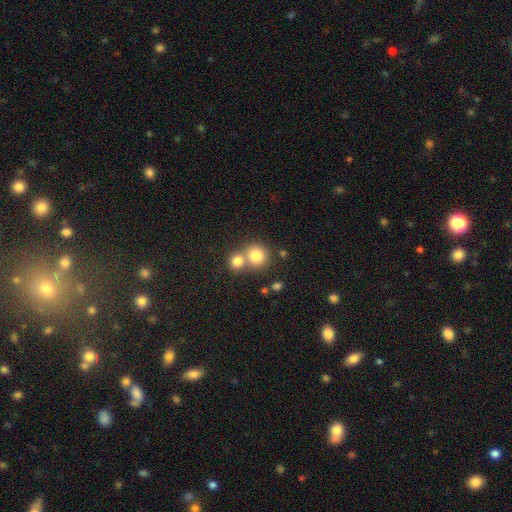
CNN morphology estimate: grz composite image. It shows a smooth galaxy with no disk features (80%) that is round (87%). Merging: none (46%).